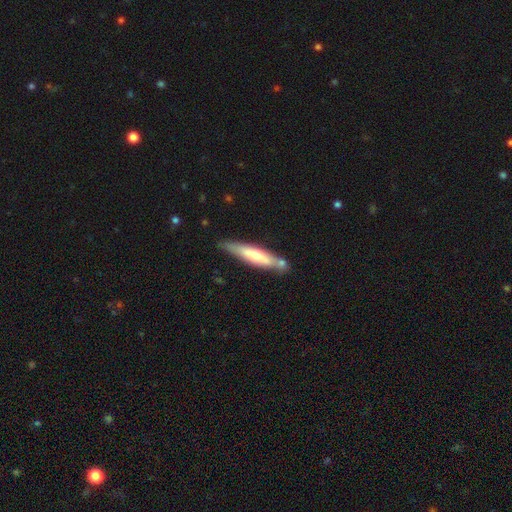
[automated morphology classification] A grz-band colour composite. It shows a smooth galaxy with no disk features (54%) that is cigar-shaped (85%). Merging: none (70%).